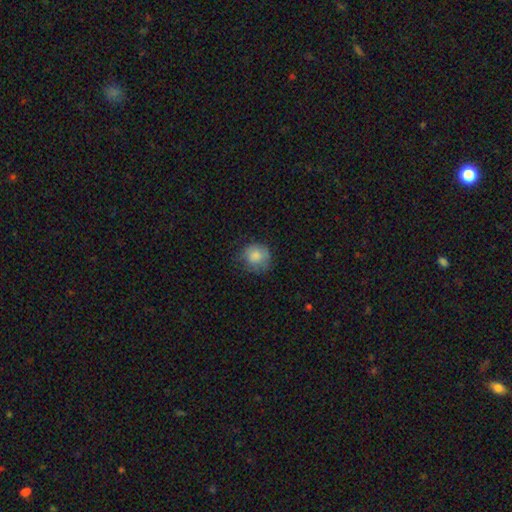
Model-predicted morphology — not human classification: Overall: smooth (82%). How rounded: round (86%). Merging: none (68%).